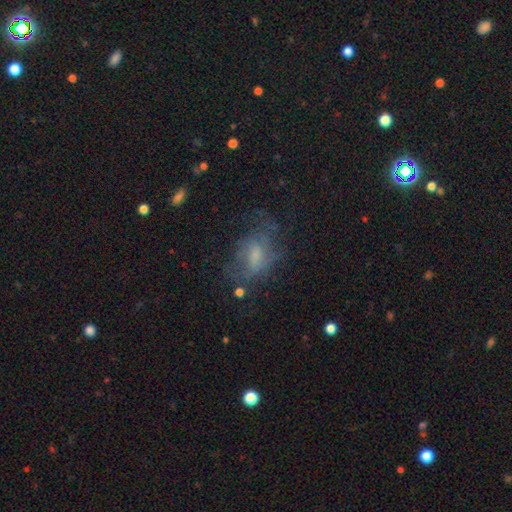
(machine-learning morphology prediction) smooth-or-featured: featured or disk: 45% | smooth: 42% | star or artifact: 13%
  merging: none: 48% | major disturbance: 26% | minor disturbance: 24% | merger: 3%